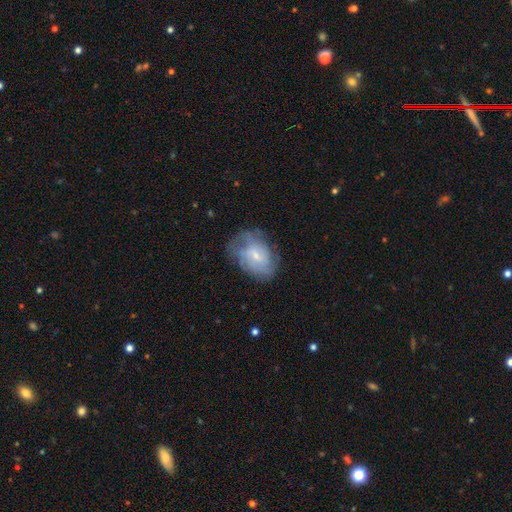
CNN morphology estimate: A featured or disk galaxy (56%) with no bar (58%), spiral arms (71%) and a small central bulge (68%).

Vote fractions:
- Smooth or featured? featured or disk: 56% / smooth: 36% / star or artifact: 8%
- Edge-on disk? no: 97% / yes: 3%
- Bar? no: 58% / weak: 37% / strong: 5%
- Spiral arms? yes: 71% / no: 29%
- Bulge size? small: 68% / moderate: 25% / none: 4% / large: 2% / dominant: 1%
- Merging? none: 52% / minor disturbance: 29% / major disturbance: 17% / merger: 2%